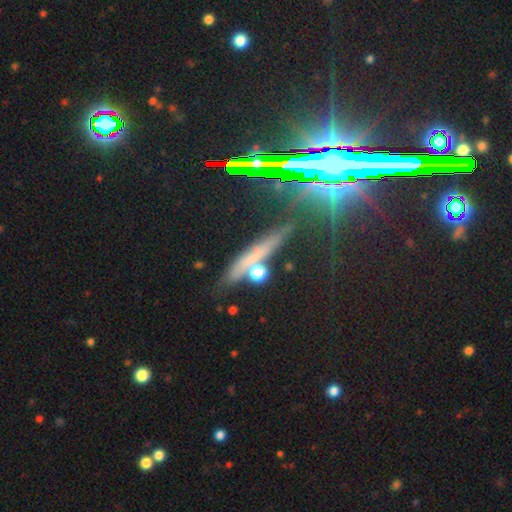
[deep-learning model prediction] Q: Smooth or featured?
A: star or artifact (38%); runner-up: featured or disk (36%)